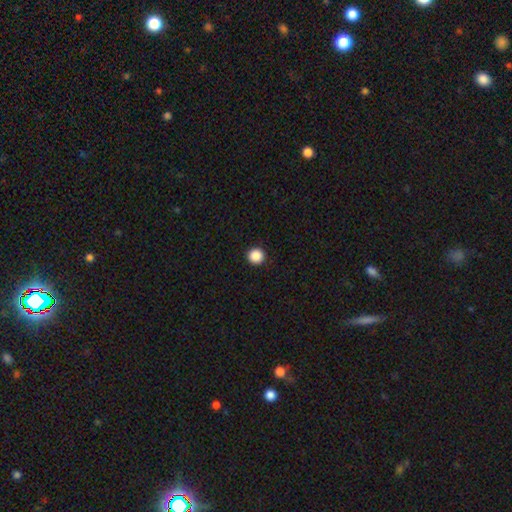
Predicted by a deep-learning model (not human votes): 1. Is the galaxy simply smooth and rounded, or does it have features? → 88% smooth, 10% star or artifact, 2% featured or disk.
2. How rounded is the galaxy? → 94% round, 5% in between, 1% cigar-shaped.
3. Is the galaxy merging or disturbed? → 94% none, 4% minor disturbance, 1% major disturbance, 1% merger.